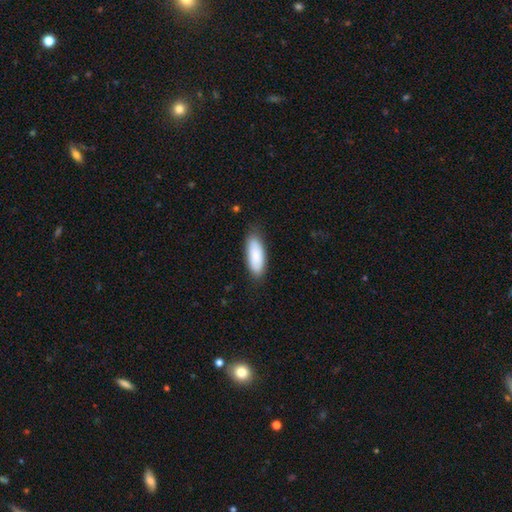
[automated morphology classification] smooth-or-featured: smooth: 86% | featured or disk: 9% | star or artifact: 5%
  how-rounded: in between: 74% | cigar-shaped: 24% | round: 2%
  merging: none: 80% | minor disturbance: 16% | major disturbance: 3% | merger: 1%